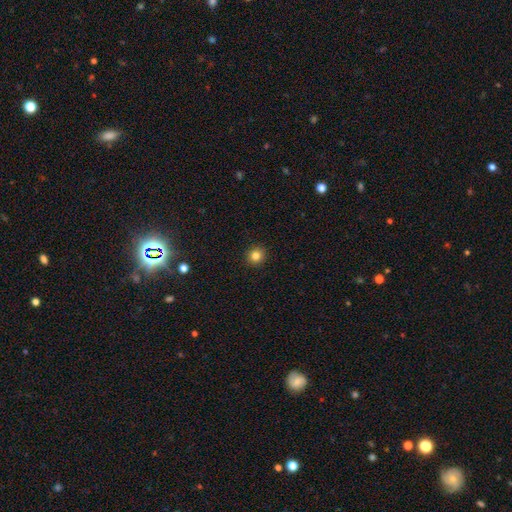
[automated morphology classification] The model was most divided on "smooth or featured": smooth: 83%, star or artifact: 12%, featured or disk: 5%. More confident: merging — none (92%); how rounded — round (90%).